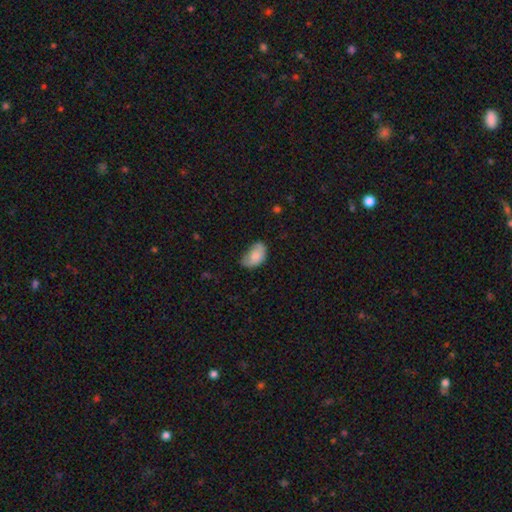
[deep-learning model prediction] Smooth or featured: smooth — 78% (featured or disk — 14%)
How rounded: in between — 91% (round — 8%)
Merging: none — 44% (minor disturbance — 41%)